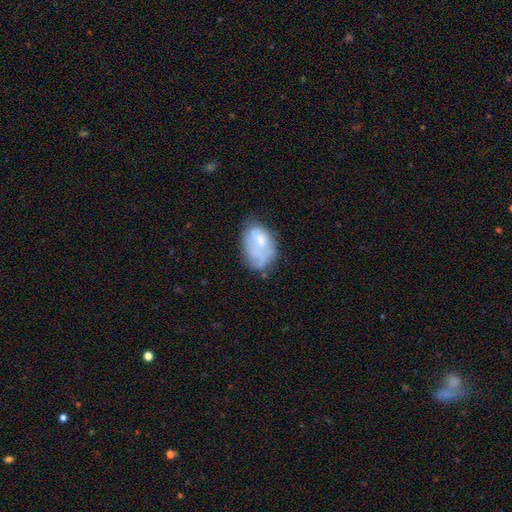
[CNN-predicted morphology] The model was most divided on "merging": none: 42%, minor disturbance: 33%, major disturbance: 20%, merger: 6%. More confident: how rounded — in between (87%); smooth or featured — smooth (52%).